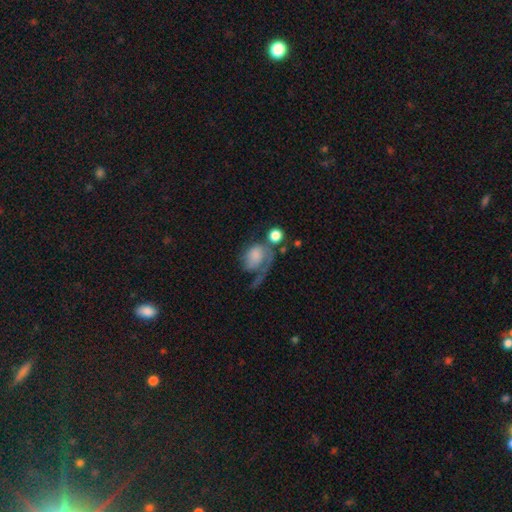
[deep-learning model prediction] Overall: featured or disk (48%; smooth 43%). Merging: major disturbance (48%; none 23%).